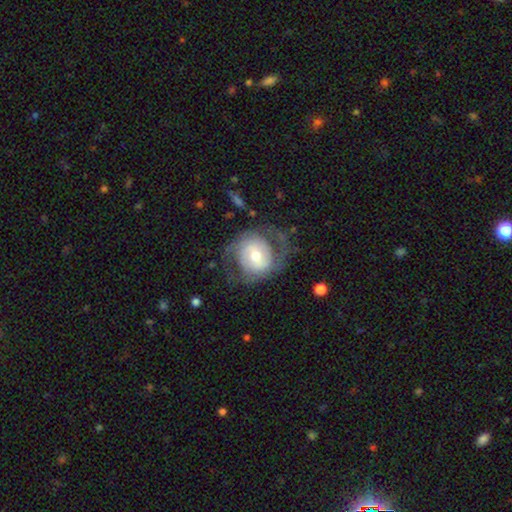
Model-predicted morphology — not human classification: smooth_or_featured: featured or disk (p=0.68) [alt: smooth p=0.26]
disk_edge_on: no (p=0.97) [alt: yes p=0.03]
bar: no (p=0.45) [alt: weak p=0.40]
has_spiral_arms: yes (p=0.80) [alt: no p=0.20]
spiral_winding: medium (p=0.43) [alt: tight p=0.33]
spiral_arm_count: 2 (p=0.74) [alt: can't tell p=0.15]
bulge_size: moderate (p=0.61) [alt: small p=0.27]
merging: none (p=0.60) [alt: major disturbance p=0.20]